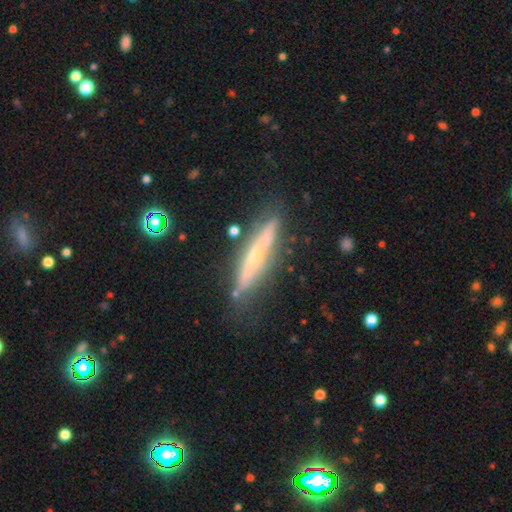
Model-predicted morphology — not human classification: smooth-or-featured: featured or disk: 64% | smooth: 29% | star or artifact: 7%
  disk-edge-on: yes: 88% | no: 12%
    edge-on-bulge: rounded: 51% | none: 39% | boxy: 9%
  merging: none: 74% | minor disturbance: 18% | major disturbance: 5% | merger: 3%